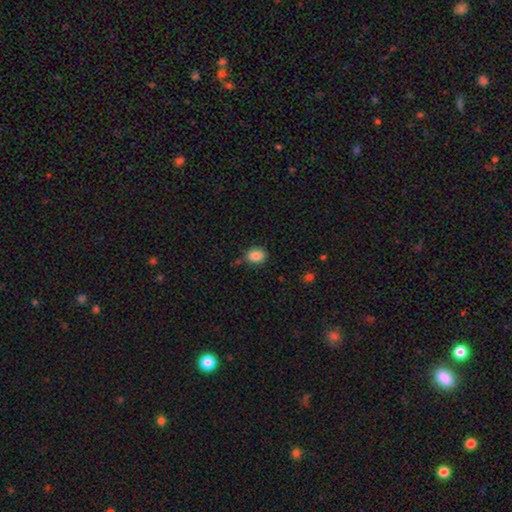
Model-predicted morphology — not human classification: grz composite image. It shows a smooth galaxy with no disk features (86%) that is in between round and cigar-shaped (62%). Merging: none (77%).